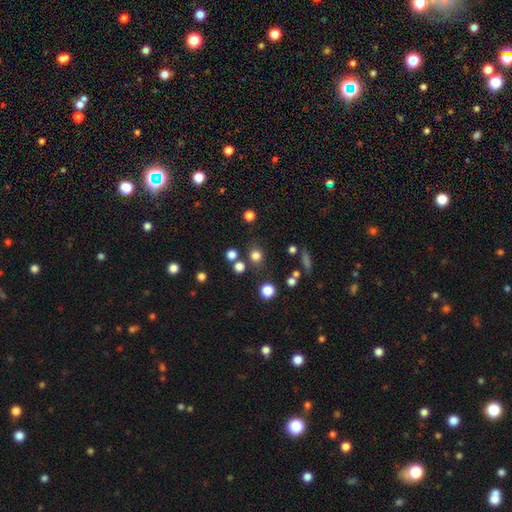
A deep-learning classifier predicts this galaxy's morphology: This is likely a smooth galaxy (77%). How rounded: clearly round (85%). Merging: likely none (77%).